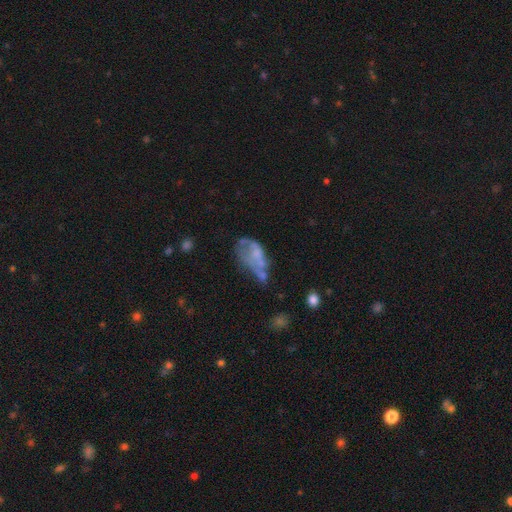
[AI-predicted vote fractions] smooth_or_featured: featured or disk (p=0.48) [alt: smooth p=0.40]
merging: major disturbance (p=0.34) [alt: none p=0.23]